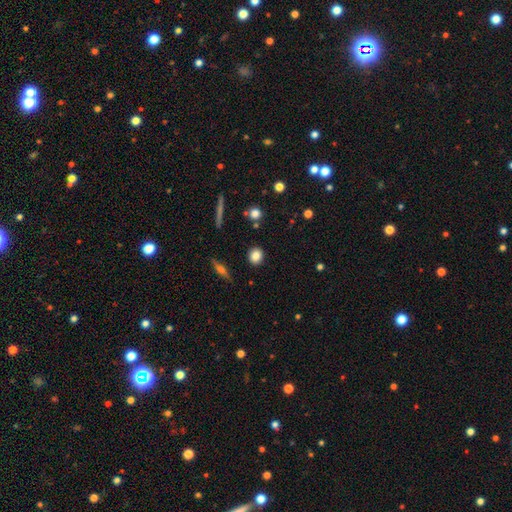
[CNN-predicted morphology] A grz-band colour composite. It shows a smooth galaxy with no disk features (83%) that is round (76%). Merging: none (89%).